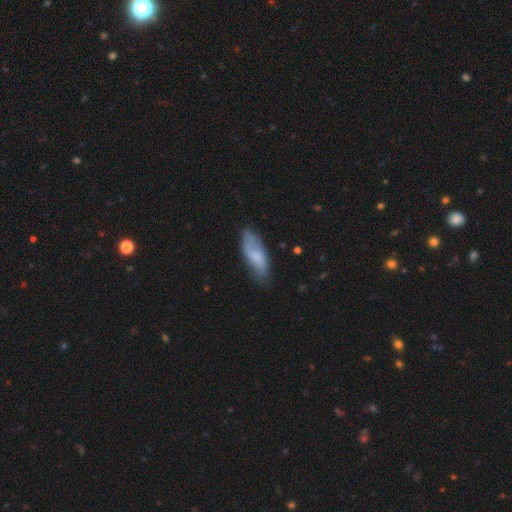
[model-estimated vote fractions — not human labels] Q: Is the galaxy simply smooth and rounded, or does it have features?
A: smooth — 63%.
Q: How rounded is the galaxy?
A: in between — 71%.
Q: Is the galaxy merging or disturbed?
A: none — 64%.